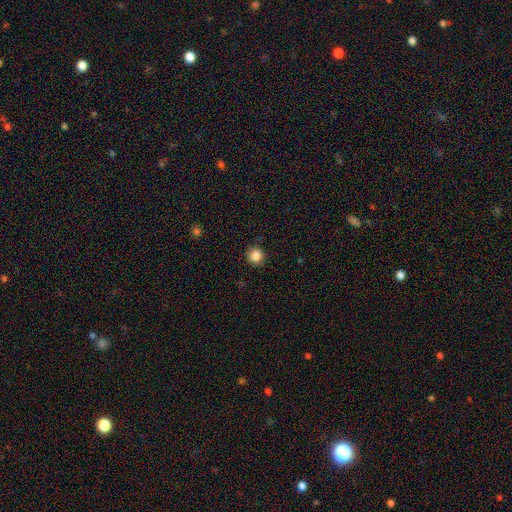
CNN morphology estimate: This appears to be a smooth galaxy with no disk features (85%) that is round (92%). Merging: none (89%).